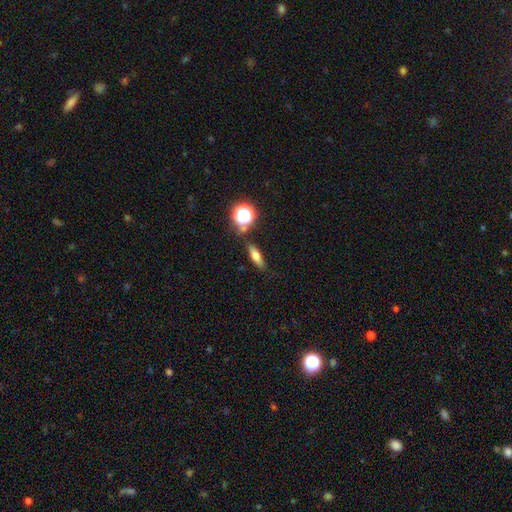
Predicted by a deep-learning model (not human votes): smooth_or_featured: smooth (p=0.60) [alt: featured or disk p=0.27]
how_rounded: cigar-shaped (p=0.46) [alt: in between p=0.43]
merging: none (p=0.80) [alt: minor disturbance p=0.11]